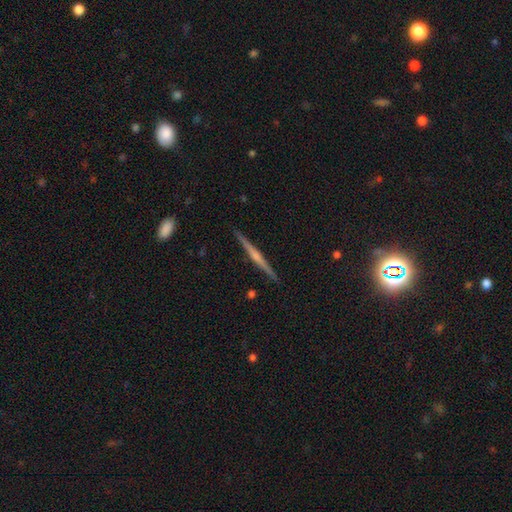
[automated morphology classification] Smooth or featured: featured or disk — 72% (smooth — 16%)
Edge-on disk: yes — 97% (no — 3%)
Edge-on bulge: rounded — 74% (none — 18%)
Merging: none — 90% (minor disturbance — 7%)